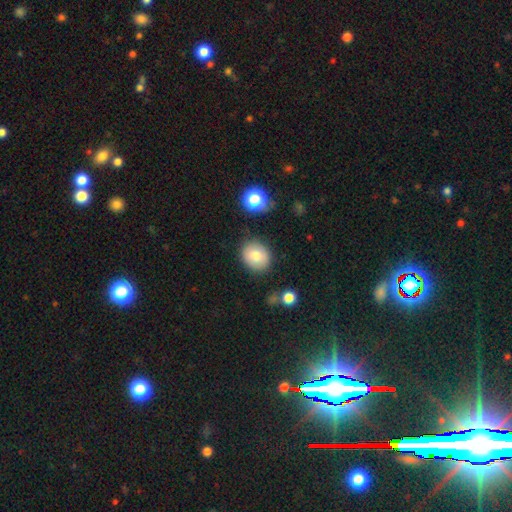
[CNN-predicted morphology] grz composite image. It shows a smooth galaxy with no disk features (77%) that is round (69%). Merging: none (84%).